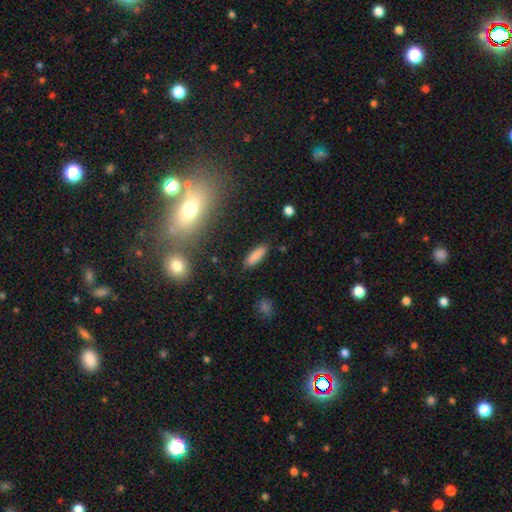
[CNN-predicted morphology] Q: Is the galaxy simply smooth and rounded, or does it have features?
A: smooth — 84%.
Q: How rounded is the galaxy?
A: cigar-shaped — 55%.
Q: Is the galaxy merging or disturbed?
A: none — 87%.